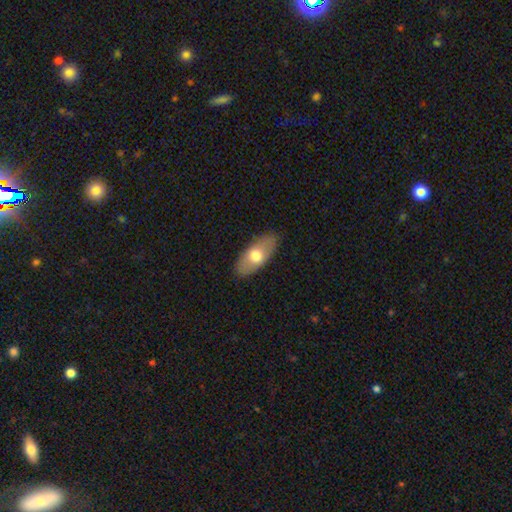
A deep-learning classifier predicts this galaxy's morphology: Smooth or featured: smooth — 65% (featured or disk — 30%)
How rounded: in between — 88% (cigar-shaped — 9%)
Merging: none — 86% (minor disturbance — 10%)